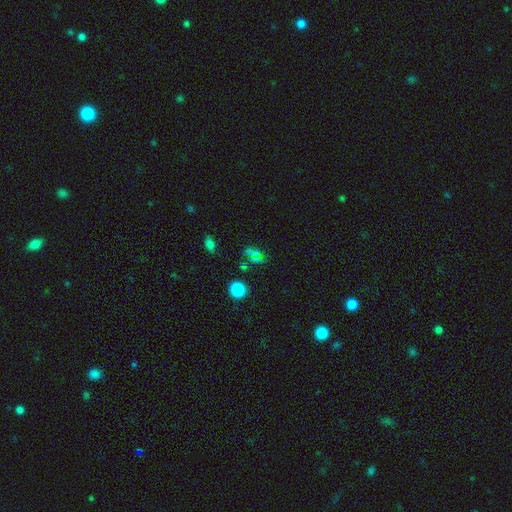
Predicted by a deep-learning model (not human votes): smooth_or_featured: smooth (p=0.50) [alt: star or artifact p=0.31]
how_rounded: in between (p=0.53) [alt: round p=0.43]
merging: none (p=0.49) [alt: minor disturbance p=0.18]